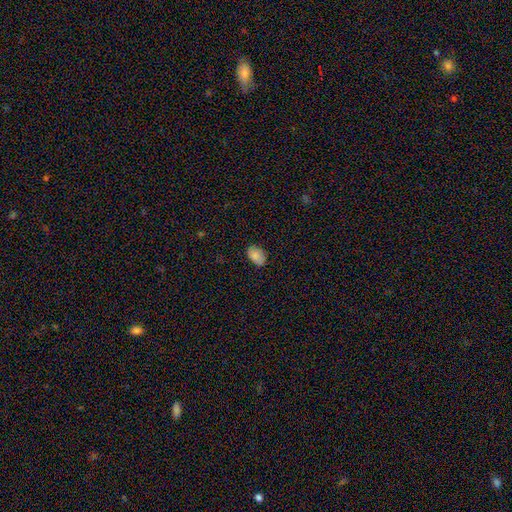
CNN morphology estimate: Smooth or featured: smooth — 85% (star or artifact — 8%)
How rounded: in between — 87% (round — 12%)
Merging: none — 80% (minor disturbance — 16%)